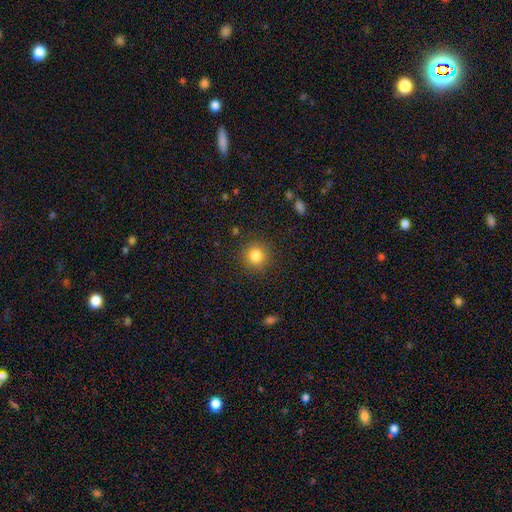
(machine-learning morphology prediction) Smooth or featured? smooth (84%)
How rounded? round (92%)
Merging? none (89%)